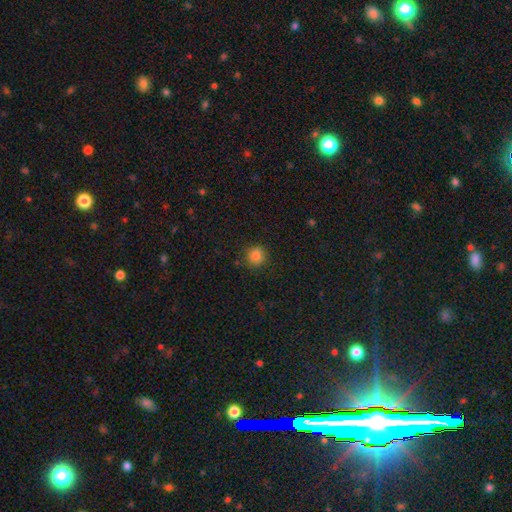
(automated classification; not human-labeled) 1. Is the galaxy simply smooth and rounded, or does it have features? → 84% smooth, 12% star or artifact, 4% featured or disk.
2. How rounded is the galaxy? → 90% round, 9% in between, 1% cigar-shaped.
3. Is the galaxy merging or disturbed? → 85% none, 11% minor disturbance, 3% major disturbance, 1% merger.